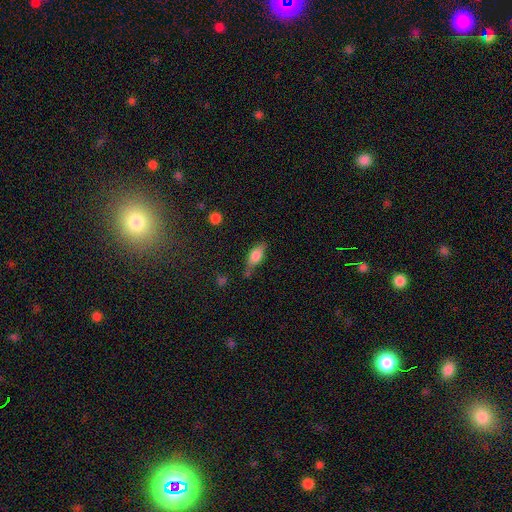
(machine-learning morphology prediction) Smooth or featured: smooth — 71% (featured or disk — 21%)
How rounded: in between — 77% (cigar-shaped — 19%)
Merging: none — 54% (minor disturbance — 29%)